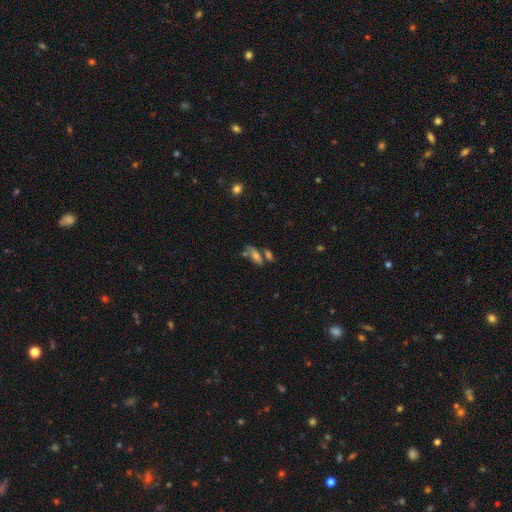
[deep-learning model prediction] Smooth or featured? smooth (61%)
How rounded? in between (77%)
Merging? none (42%)